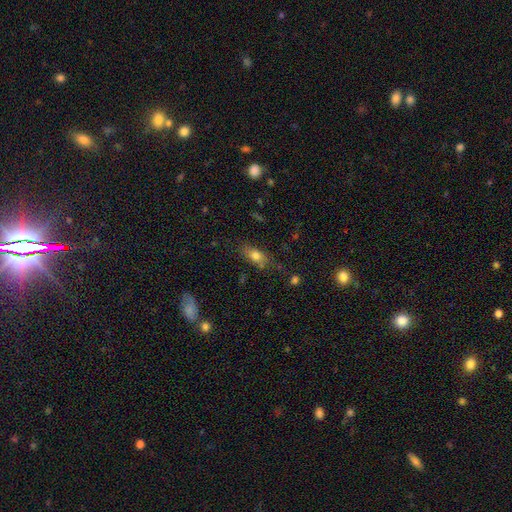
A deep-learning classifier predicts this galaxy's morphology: Smooth or featured?
  - smooth: 76% *
  - featured or disk: 14%
  - star or artifact: 10%
How rounded?
  - in between: 79% *
  - cigar-shaped: 12%
  - round: 10%
Merging?
  - none: 71% *
  - minor disturbance: 20%
  - major disturbance: 6%
  - merger: 4%